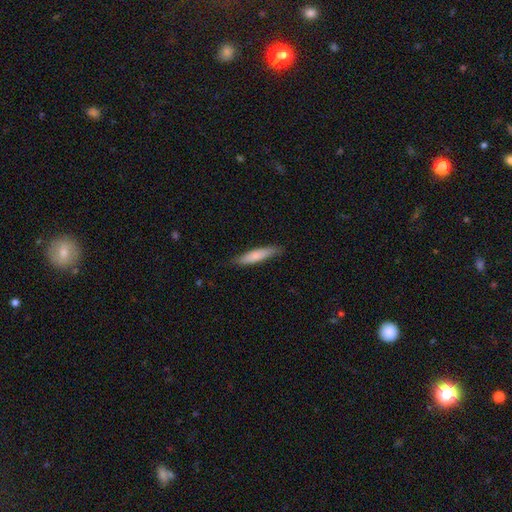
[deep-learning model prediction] The model was most divided on "smooth or featured": smooth: 75%, featured or disk: 20%, star or artifact: 5%. More confident: how rounded — cigar-shaped (81%); merging — none (81%).